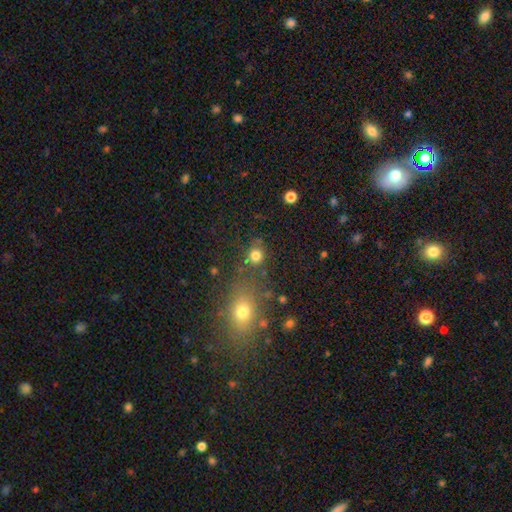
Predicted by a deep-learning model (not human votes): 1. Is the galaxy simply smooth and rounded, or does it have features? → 78% smooth, 16% star or artifact, 6% featured or disk.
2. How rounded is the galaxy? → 85% round, 14% in between, 1% cigar-shaped.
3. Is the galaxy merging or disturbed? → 73% none, 11% merger, 10% minor disturbance, 5% major disturbance.